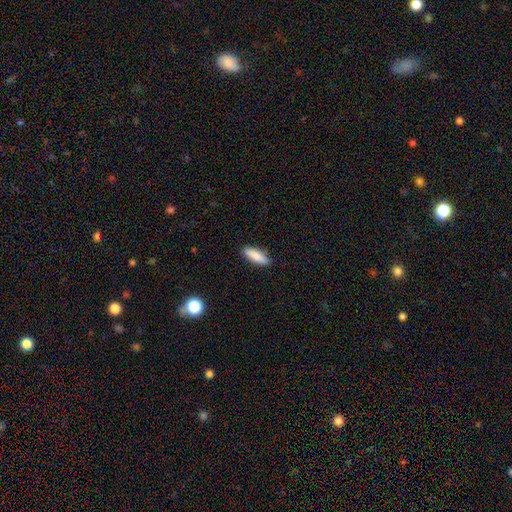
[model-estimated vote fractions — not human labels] This appears to be a smooth galaxy with no disk features (84%) that is in between round and cigar-shaped (49%, tied with cigar-shaped). Merging: none (89%).